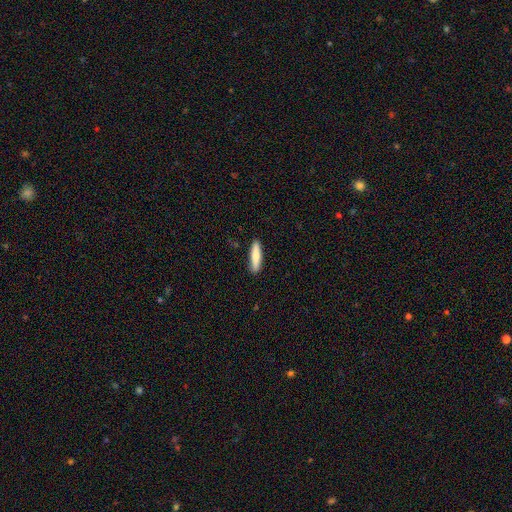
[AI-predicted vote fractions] Smooth or featured: smooth — 80% (featured or disk — 14%)
How rounded: cigar-shaped — 82% (in between — 17%)
Merging: none — 89% (minor disturbance — 8%)